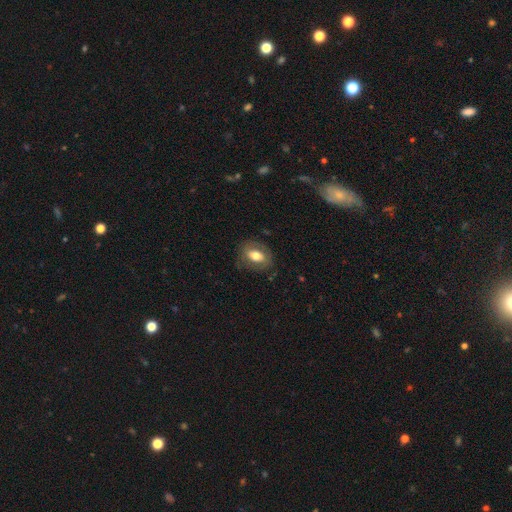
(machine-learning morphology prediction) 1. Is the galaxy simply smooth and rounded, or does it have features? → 62% smooth, 31% featured or disk, 7% star or artifact.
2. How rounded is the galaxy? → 74% in between, 24% round, 2% cigar-shaped.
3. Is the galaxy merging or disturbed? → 75% none, 16% minor disturbance, 7% major disturbance, 1% merger.